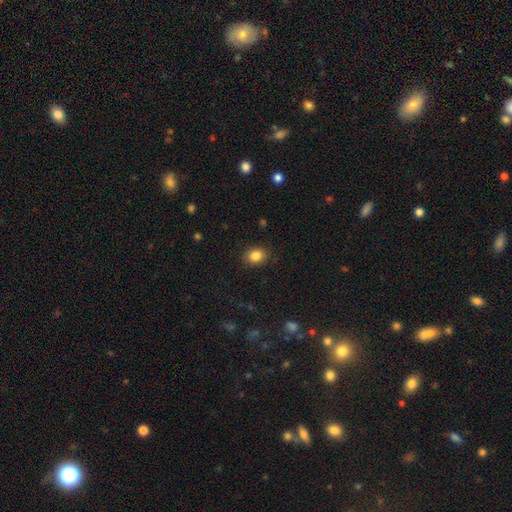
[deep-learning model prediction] smooth 85%, star or artifact 10%, featured or disk 6%. Down the decision tree: how rounded — in between (51%); merging — none (87%).